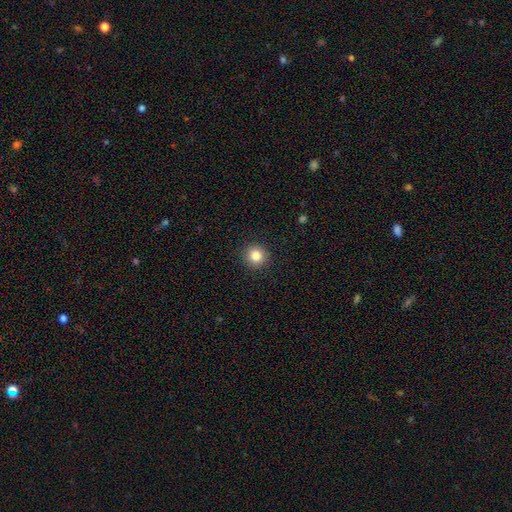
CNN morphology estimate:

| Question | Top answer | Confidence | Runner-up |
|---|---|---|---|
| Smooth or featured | smooth | 84% | star or artifact (11%) |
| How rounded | round | 93% | in between (6%) |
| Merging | none | 92% | minor disturbance (5%) |